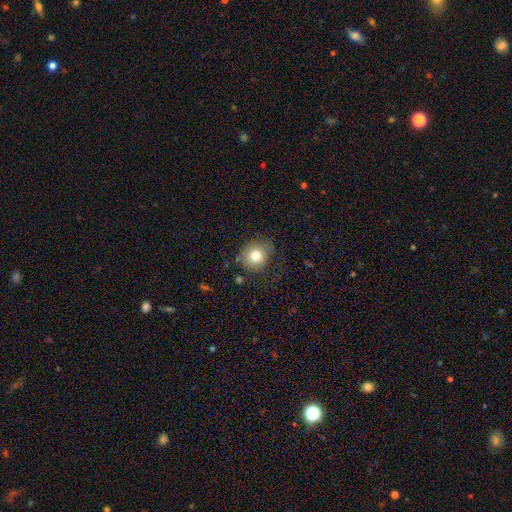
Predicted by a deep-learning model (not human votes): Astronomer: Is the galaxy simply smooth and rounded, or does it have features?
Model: smooth — 78%.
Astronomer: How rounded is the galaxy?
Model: round — 78%.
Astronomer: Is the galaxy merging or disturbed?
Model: none — 72%.